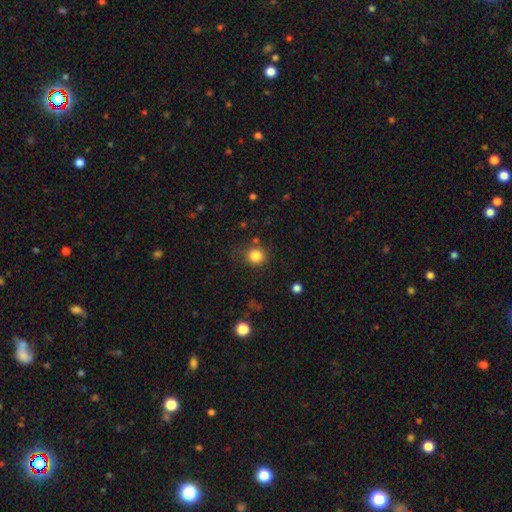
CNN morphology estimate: Smooth or featured? Predicted: smooth (p=0.83). How rounded? Predicted: round (p=0.88). Merging? Predicted: none (p=0.81).